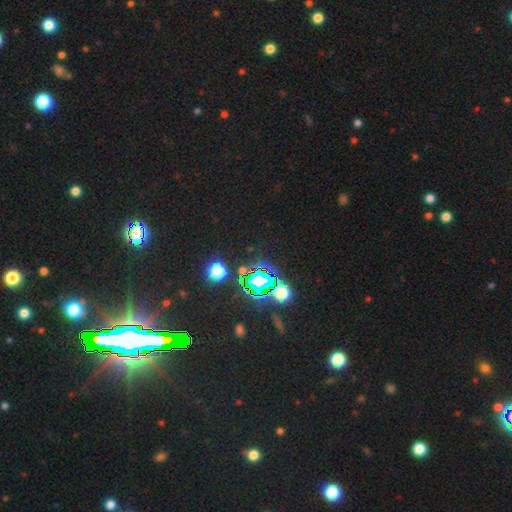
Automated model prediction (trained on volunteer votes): Morphology: type=star or artifact (85%).